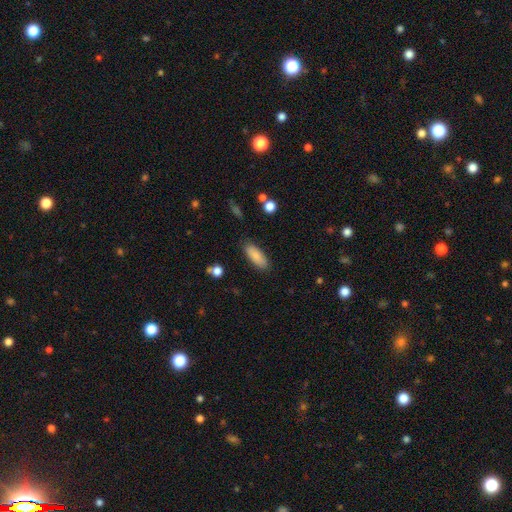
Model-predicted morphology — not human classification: This is clearly a smooth galaxy (84%). How rounded: likely in between (74%). Merging: clearly none (85%).